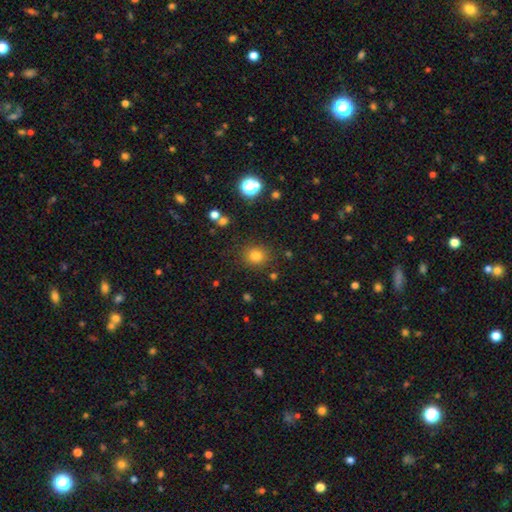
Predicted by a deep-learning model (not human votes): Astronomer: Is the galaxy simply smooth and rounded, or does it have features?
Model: smooth — 78%.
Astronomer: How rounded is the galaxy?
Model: round — 84%.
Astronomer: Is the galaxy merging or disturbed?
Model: none — 86%.